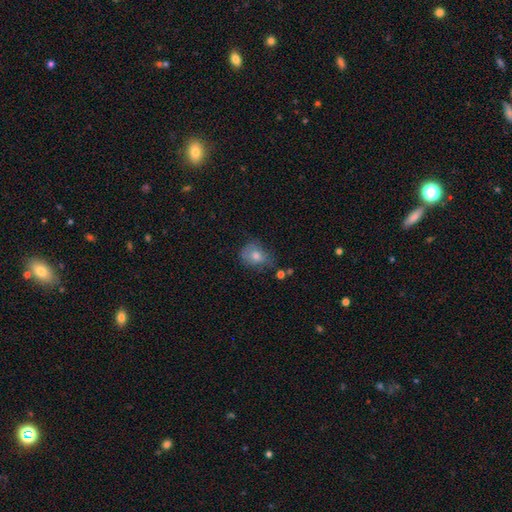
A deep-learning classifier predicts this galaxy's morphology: A smooth galaxy with no disk features (66%) that is round (52%). Merging: none (56%).